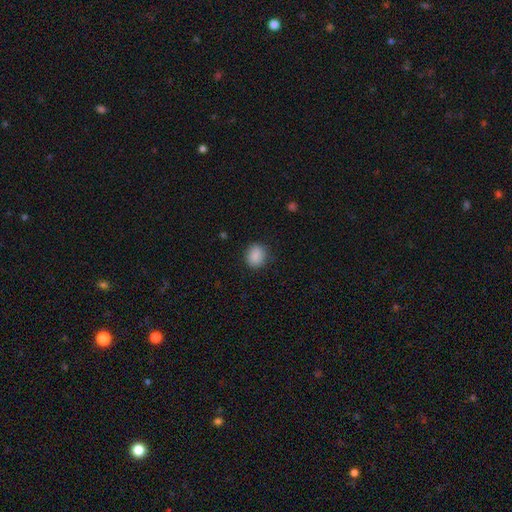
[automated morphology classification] smooth-or-featured: smooth: 88% | star or artifact: 8% | featured or disk: 4%
  how-rounded: round: 68% | in between: 31% | cigar-shaped: 1%
  merging: none: 85% | minor disturbance: 11% | major disturbance: 3% | merger: 1%